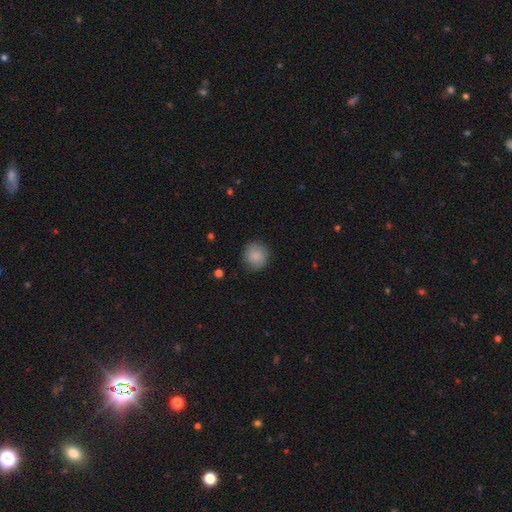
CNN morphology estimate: This appears to be a smooth galaxy with no disk features (88%) that is round (91%). Merging: none (86%).